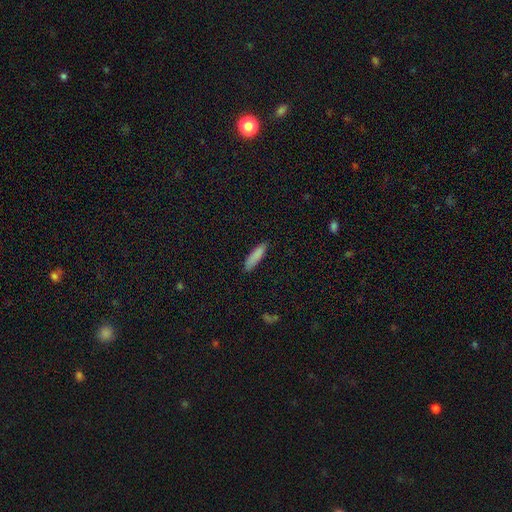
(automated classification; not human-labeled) Morphology: type=smooth (86%); roundness=cigar-shaped (70%); merging=none (85%).